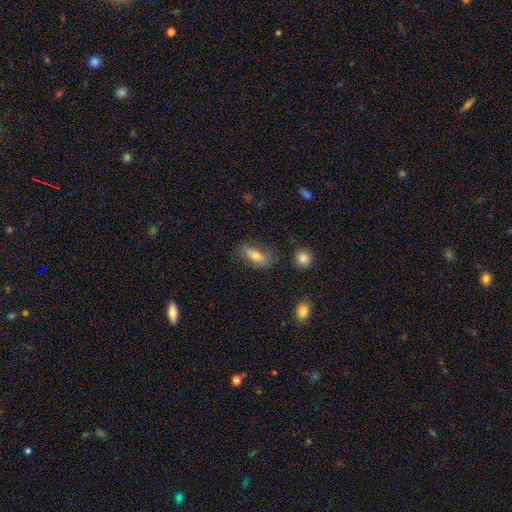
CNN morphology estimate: This is likely a smooth galaxy (68%). How rounded: likely in between (71%). Merging: likely none (71%).